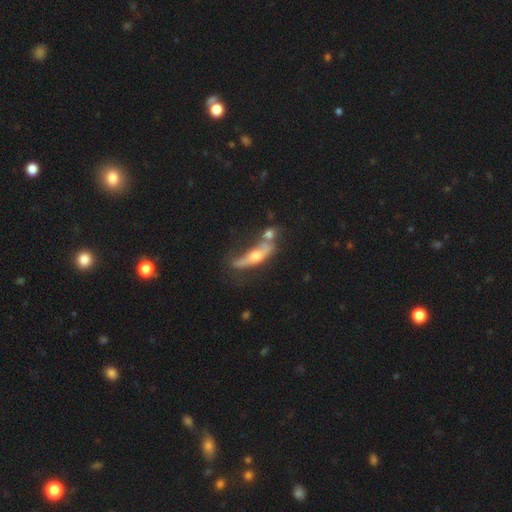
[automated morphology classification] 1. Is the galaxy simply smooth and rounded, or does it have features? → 62% featured or disk, 30% smooth, 8% star or artifact.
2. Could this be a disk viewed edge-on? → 72% yes, 28% no.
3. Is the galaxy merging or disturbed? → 35% none, 31% merger, 20% minor disturbance, 14% major disturbance.